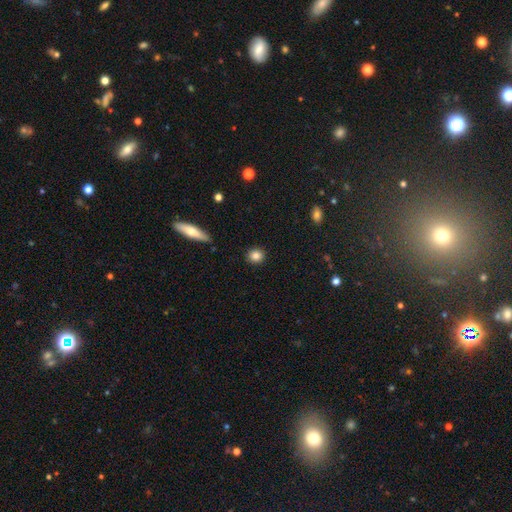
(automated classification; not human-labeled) smooth-or-featured: smooth: 85% | star or artifact: 9% | featured or disk: 6%
  how-rounded: round: 85% | in between: 13% | cigar-shaped: 2%
  merging: none: 90% | minor disturbance: 7% | major disturbance: 2% | merger: 1%